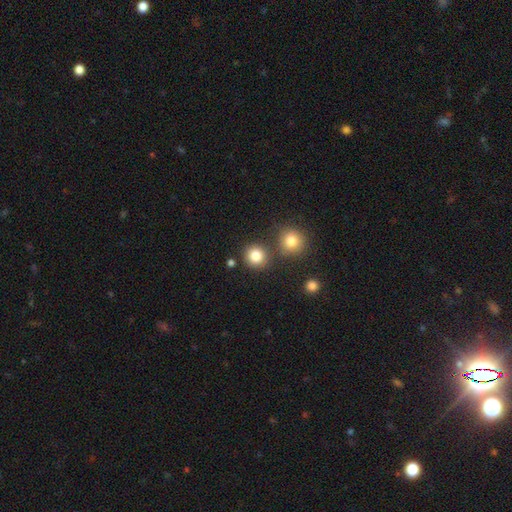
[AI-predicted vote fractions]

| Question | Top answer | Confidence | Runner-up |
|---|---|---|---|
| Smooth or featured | smooth | 83% | star or artifact (11%) |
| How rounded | round | 90% | in between (9%) |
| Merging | none | 77% | merger (12%) |